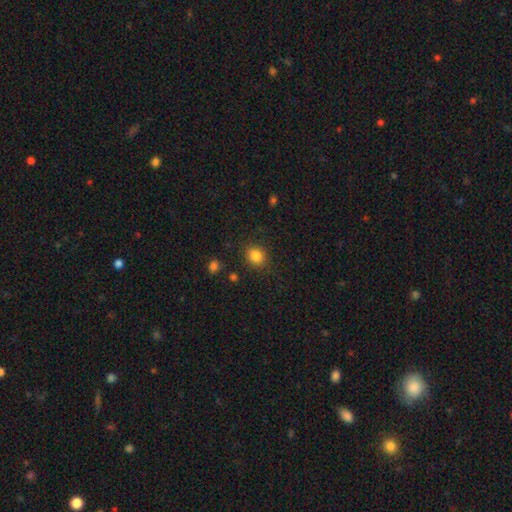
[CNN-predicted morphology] A smooth galaxy with no disk features (84%) that is round (72%).

Vote fractions:
- Smooth or featured? smooth: 84% / star or artifact: 11% / featured or disk: 5%
- How rounded? round: 72% / in between: 27% / cigar-shaped: 1%
- Merging? none: 84% / minor disturbance: 10% / major disturbance: 3% / merger: 2%